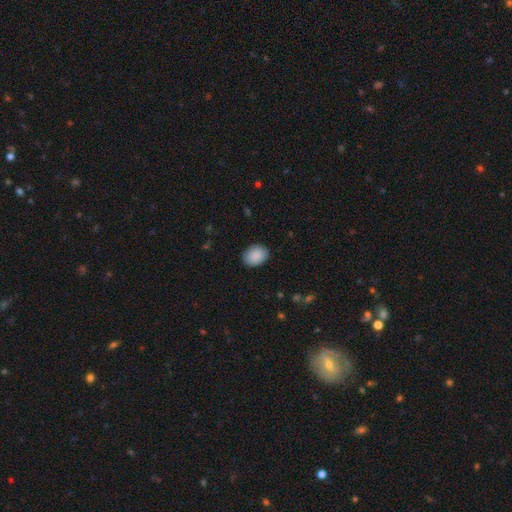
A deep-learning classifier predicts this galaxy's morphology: type=smooth (90%); roundness=in between (60%); merging=none (86%).